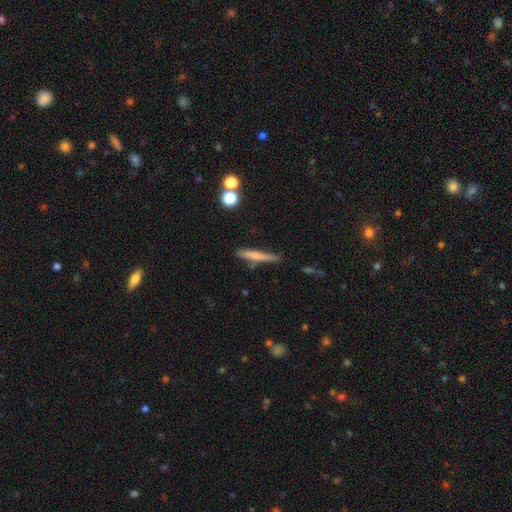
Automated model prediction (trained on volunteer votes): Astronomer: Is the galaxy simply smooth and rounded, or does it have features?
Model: smooth — 63%.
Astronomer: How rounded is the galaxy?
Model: cigar-shaped — 93%.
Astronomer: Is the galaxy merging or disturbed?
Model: none — 75%.